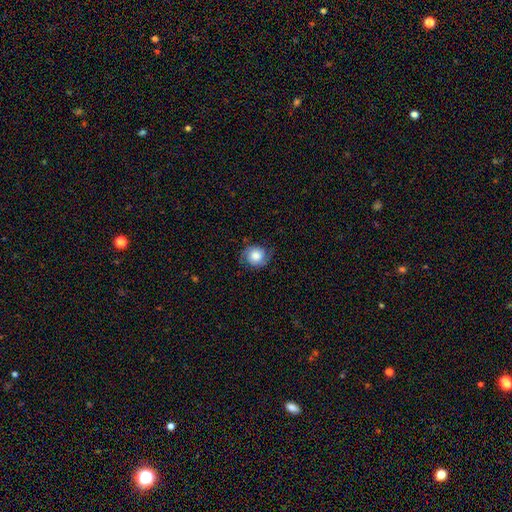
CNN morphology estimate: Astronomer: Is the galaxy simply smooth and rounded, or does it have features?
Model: smooth — 48% (runner-up: featured or disk, 42%).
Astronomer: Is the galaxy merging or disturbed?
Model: none — 75%.